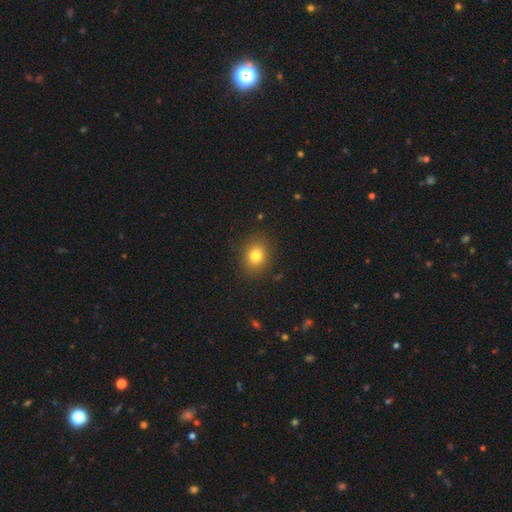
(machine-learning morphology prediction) Smooth or featured? Predicted: smooth (p=0.80). How rounded? Predicted: round (p=0.67). Merging? Predicted: none (p=0.87).